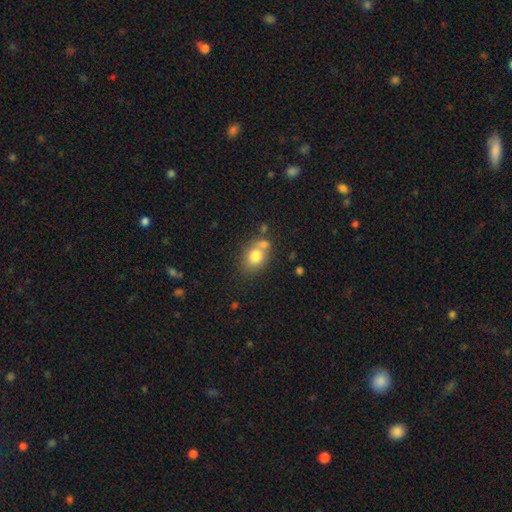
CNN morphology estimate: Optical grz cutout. It shows a smooth galaxy with no disk features (77%) that is in between round and cigar-shaped (55%). Merging: none (48%).